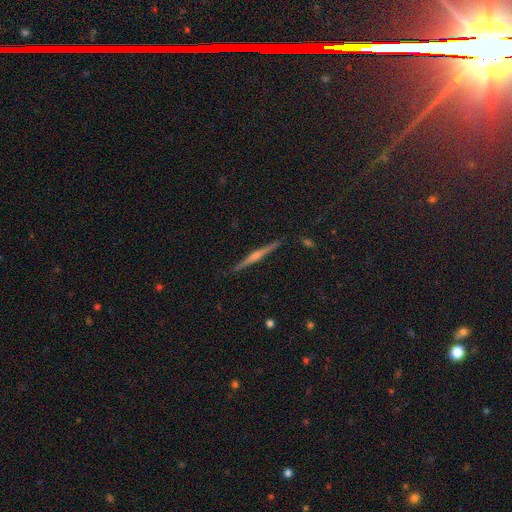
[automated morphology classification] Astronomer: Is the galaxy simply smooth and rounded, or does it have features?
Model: featured or disk — 80%.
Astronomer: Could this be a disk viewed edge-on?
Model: yes — 99%.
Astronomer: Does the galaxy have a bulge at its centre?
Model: rounded — 82%.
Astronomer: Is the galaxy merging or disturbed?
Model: none — 91%.